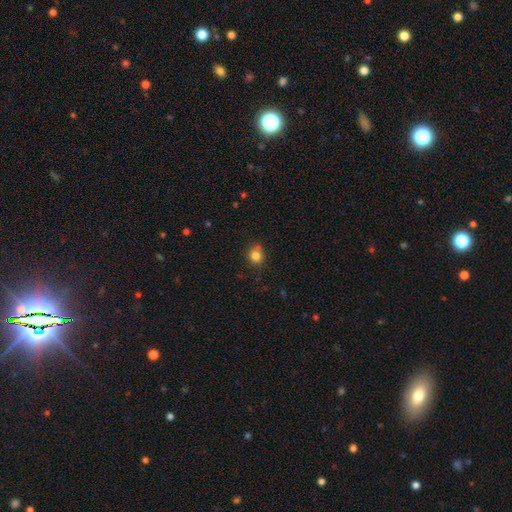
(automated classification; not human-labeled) Smooth or featured: smooth — 82% (star or artifact — 12%)
How rounded: round — 78% (in between — 21%)
Merging: none — 72% (minor disturbance — 18%)